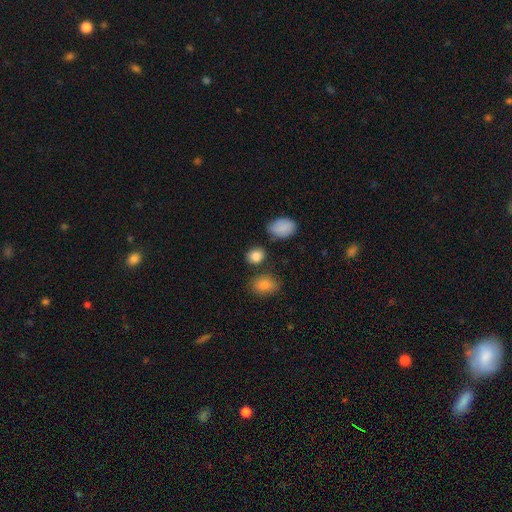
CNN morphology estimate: Smooth or featured: smooth — 85% (star or artifact — 10%)
How rounded: in between — 54% (round — 45%)
Merging: none — 79% (minor disturbance — 12%)